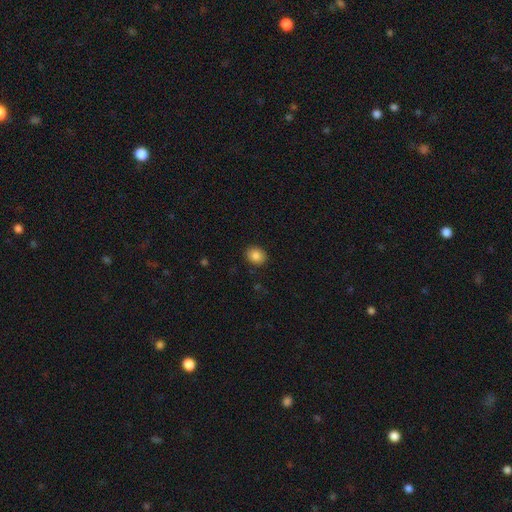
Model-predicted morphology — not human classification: Smooth or featured? Predicted: smooth (p=0.85). How rounded? Predicted: round (p=0.60). Merging? Predicted: none (p=0.89).